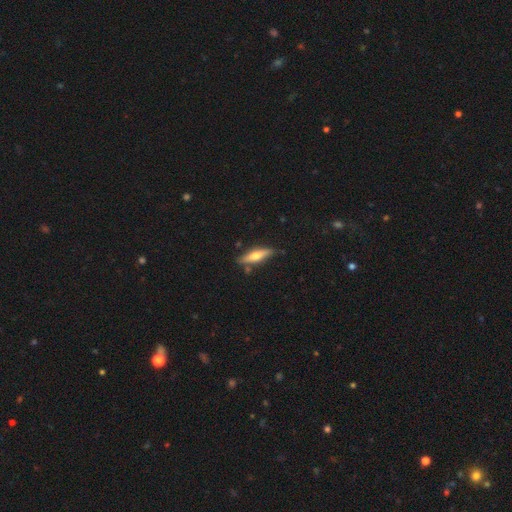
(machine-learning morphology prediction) Smooth or featured? Predicted: featured or disk (p=0.49). Merging? Predicted: none (p=0.80).